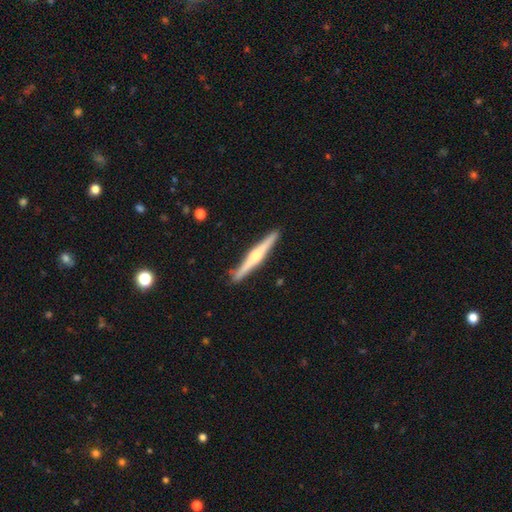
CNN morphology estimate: Smooth or featured? Predicted: featured or disk (p=0.71). Edge-on disk? Predicted: yes (p=0.98). Edge-on bulge? Predicted: rounded (p=0.84). Merging? Predicted: none (p=0.90).